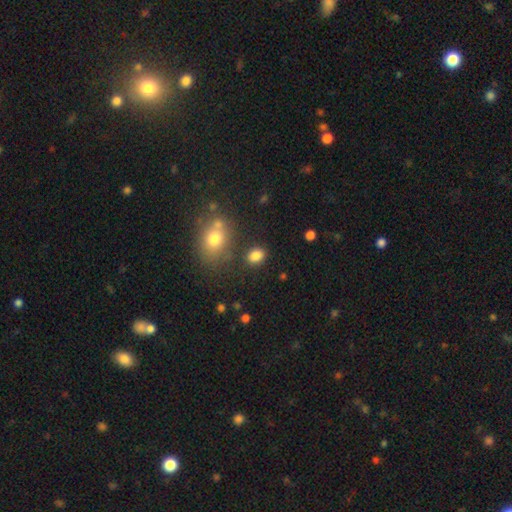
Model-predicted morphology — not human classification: smooth_or_featured: smooth (p=0.84) [alt: star or artifact p=0.11]
how_rounded: in between (p=0.66) [alt: round p=0.32]
merging: none (p=0.82) [alt: minor disturbance p=0.10]